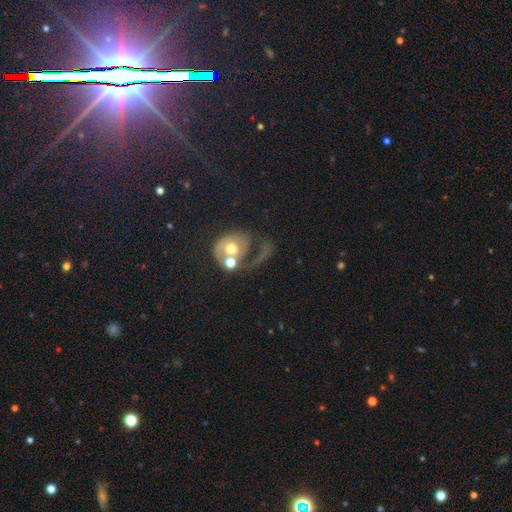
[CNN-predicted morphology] smooth_or_featured: featured or disk (p=0.49) [alt: star or artifact p=0.29]
merging: none (p=0.38) [alt: merger p=0.27]